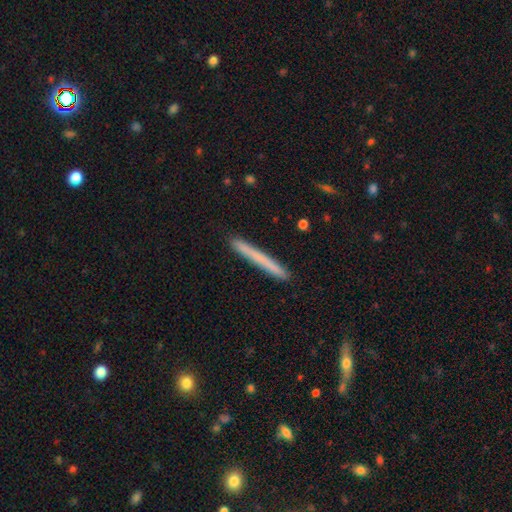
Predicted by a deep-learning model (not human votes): Smooth or featured?
  - smooth: 67% *
  - featured or disk: 27%
  - star or artifact: 6%
How rounded?
  - cigar-shaped: 97% *
  - in between: 2%
  - round: 1%
Merging?
  - none: 91% *
  - minor disturbance: 7%
  - major disturbance: 1%
  - merger: 1%